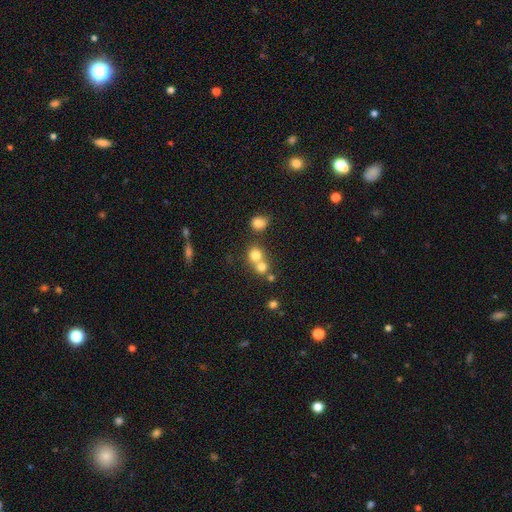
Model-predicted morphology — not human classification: smooth-or-featured: smooth: 74% | star or artifact: 14% | featured or disk: 13%
  how-rounded: round: 83% | in between: 16% | cigar-shaped: 1%
  merging: merger: 54% | none: 37% | minor disturbance: 6% | major disturbance: 3%